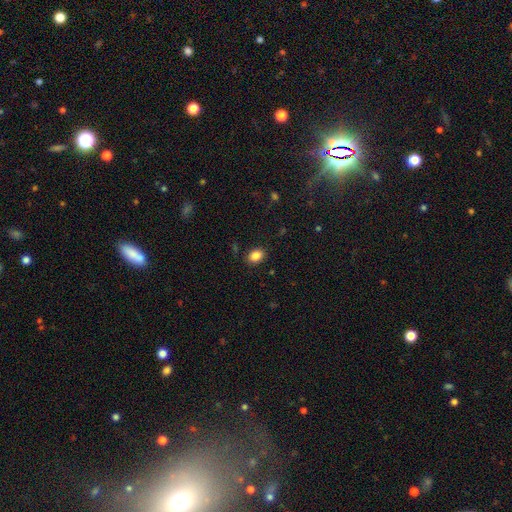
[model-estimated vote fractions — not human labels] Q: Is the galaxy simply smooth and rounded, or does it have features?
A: smooth — 86%.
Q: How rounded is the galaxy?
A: in between — 72%.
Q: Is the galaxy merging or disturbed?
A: none — 88%.